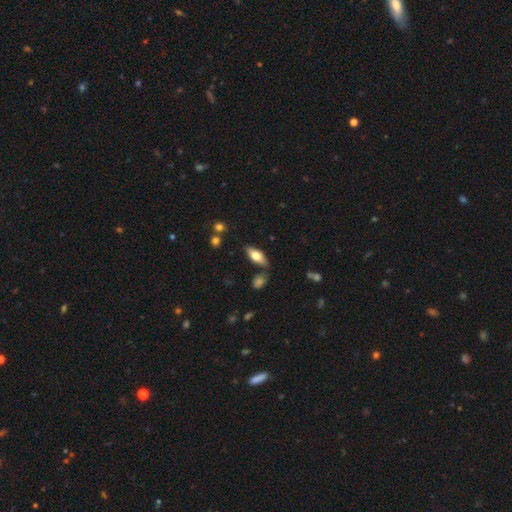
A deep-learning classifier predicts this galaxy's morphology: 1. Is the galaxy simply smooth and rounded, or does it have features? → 63% smooth, 31% featured or disk, 7% star or artifact.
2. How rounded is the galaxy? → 78% in between, 19% cigar-shaped, 3% round.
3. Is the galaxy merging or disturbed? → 77% none, 13% minor disturbance, 6% merger, 3% major disturbance.